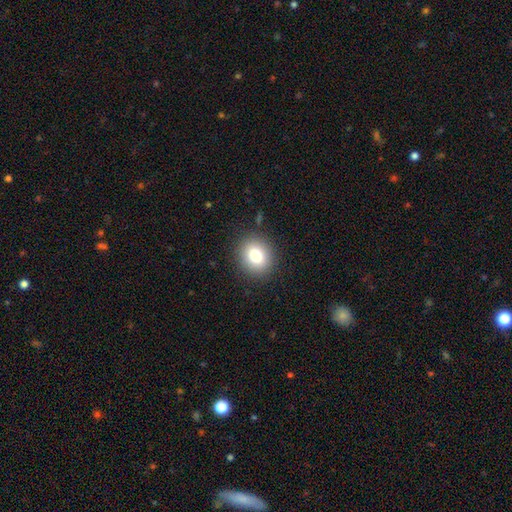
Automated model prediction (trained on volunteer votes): A smooth galaxy with no disk features (80%) that is round (69%).

Vote fractions:
- Smooth or featured? smooth: 80% / star or artifact: 11% / featured or disk: 9%
- How rounded? round: 69% / in between: 30% / cigar-shaped: 1%
- Merging? none: 88% / minor disturbance: 8% / major disturbance: 3% / merger: 1%